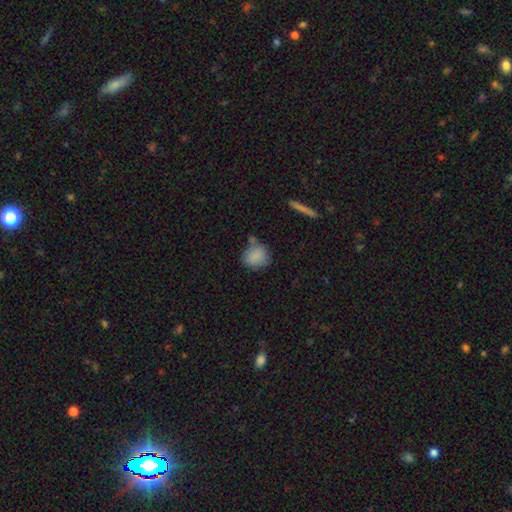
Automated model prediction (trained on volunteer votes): This is clearly a smooth galaxy (86%). How rounded: likely round (78%). Merging: likely none (63%).